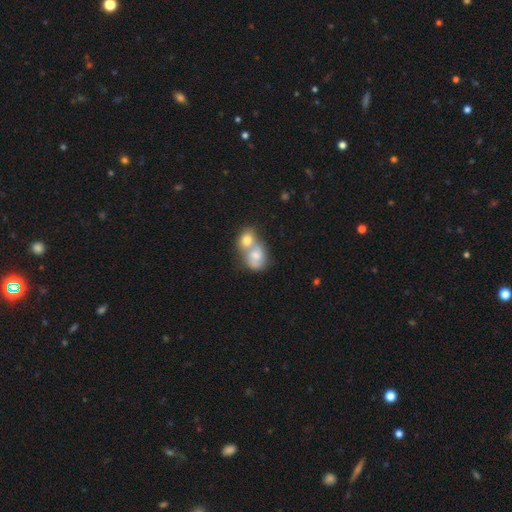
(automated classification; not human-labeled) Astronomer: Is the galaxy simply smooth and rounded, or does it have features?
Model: smooth — 59%.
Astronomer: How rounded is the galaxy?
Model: in between — 50% (runner-up: round, 49%).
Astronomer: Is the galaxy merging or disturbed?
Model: merger — 73%.